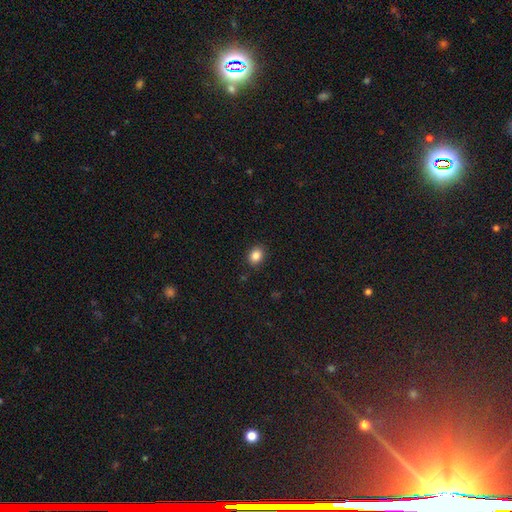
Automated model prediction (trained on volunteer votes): Overall: smooth (86%). How rounded: in between (51%; round 48%). Merging: none (89%).